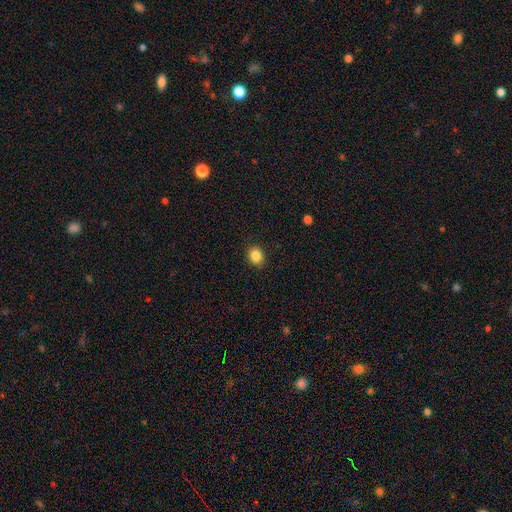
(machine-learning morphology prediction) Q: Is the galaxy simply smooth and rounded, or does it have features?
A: smooth — 86%.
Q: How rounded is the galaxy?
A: round — 54%.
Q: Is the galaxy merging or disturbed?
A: none — 89%.